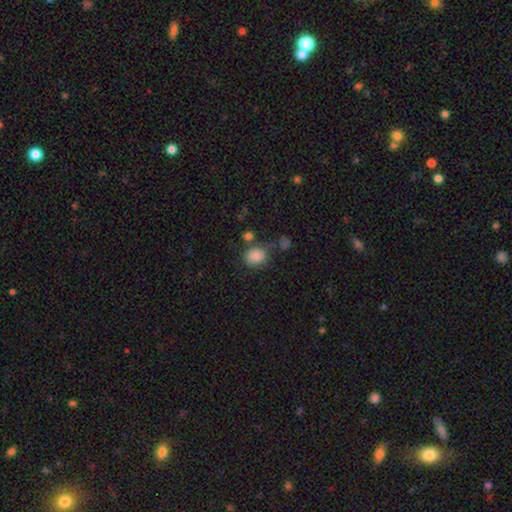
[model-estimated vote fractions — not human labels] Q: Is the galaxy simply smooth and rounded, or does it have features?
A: smooth — 84%.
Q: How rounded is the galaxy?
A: round — 52%.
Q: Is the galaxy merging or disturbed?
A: none — 63%.